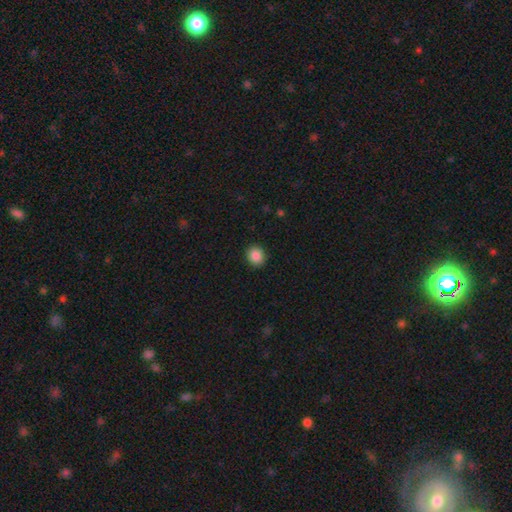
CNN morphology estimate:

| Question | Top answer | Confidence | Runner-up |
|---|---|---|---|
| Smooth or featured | smooth | 87% | star or artifact (9%) |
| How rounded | round | 78% | in between (22%) |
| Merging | none | 91% | minor disturbance (6%) |